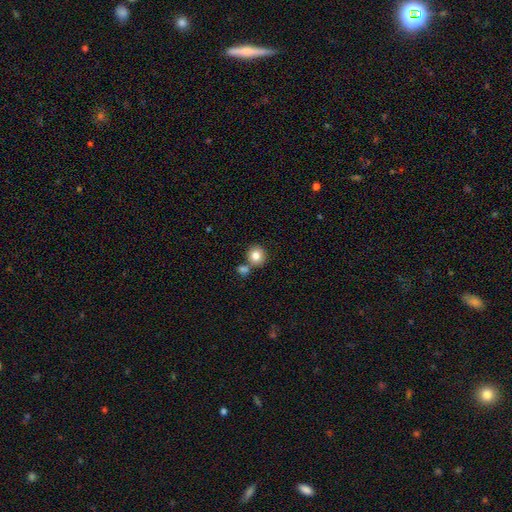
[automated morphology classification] A smooth galaxy with no disk features (81%) that is round (87%).

Vote fractions:
- Smooth or featured? smooth: 81% / star or artifact: 10% / featured or disk: 9%
- How rounded? round: 87% / in between: 12% / cigar-shaped: 1%
- Merging? none: 65% / merger: 23% / minor disturbance: 9% / major disturbance: 3%